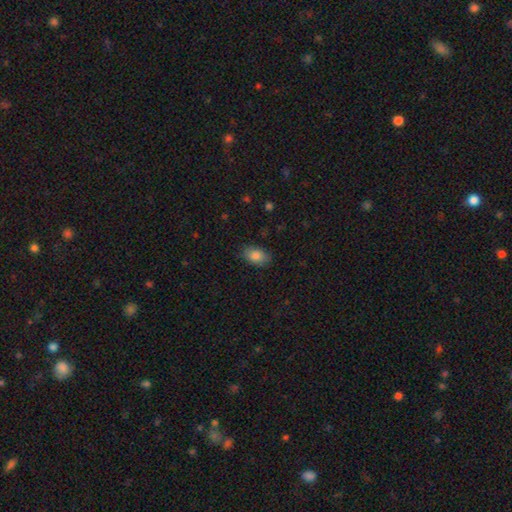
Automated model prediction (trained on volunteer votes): A smooth galaxy with no disk features (85%) that is in between round and cigar-shaped (88%).

Vote fractions:
- Smooth or featured? smooth: 85% / star or artifact: 8% / featured or disk: 7%
- How rounded? in between: 88% / round: 10% / cigar-shaped: 2%
- Merging? none: 85% / minor disturbance: 11% / major disturbance: 3% / merger: 1%